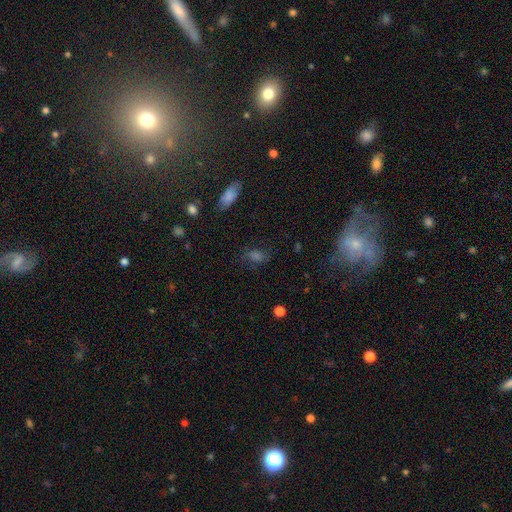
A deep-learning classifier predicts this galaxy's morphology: type=smooth (49%); merging=none (68%).